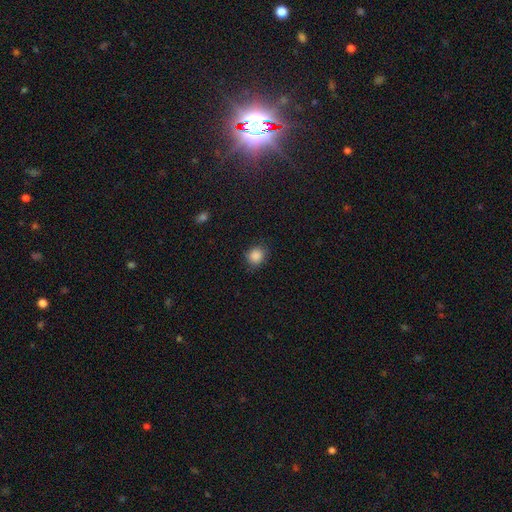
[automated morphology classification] type=smooth (87%); roundness=round (80%); merging=none (82%).